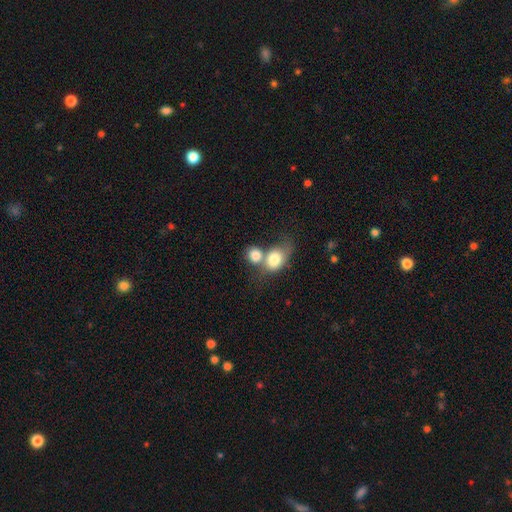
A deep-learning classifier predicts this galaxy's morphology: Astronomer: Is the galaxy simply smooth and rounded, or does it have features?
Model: smooth — 80%.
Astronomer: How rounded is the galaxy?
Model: round — 55% (runner-up: in between, 43%).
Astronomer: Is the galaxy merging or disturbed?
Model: merger — 65%.